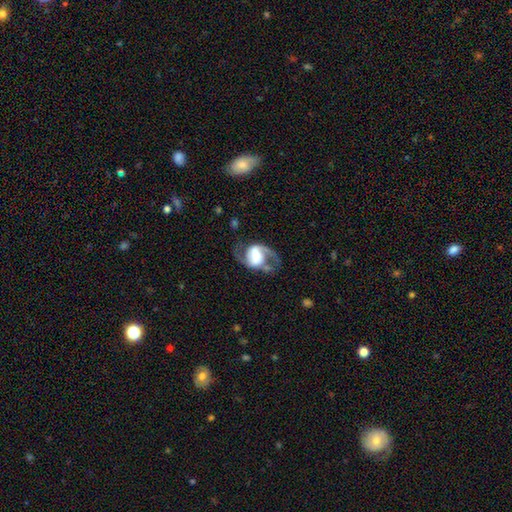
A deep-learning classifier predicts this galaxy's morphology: The model was most divided on "bar": strong: 41%, weak: 38%, no: 21%. Remaining: edge-on disk — no (97%); spiral arms — yes (93%); spiral arm count — 2 (90%); smooth or featured — featured or disk (83%); merging — none (62%); spiral winding — medium (52%); bulge size — large (40%).